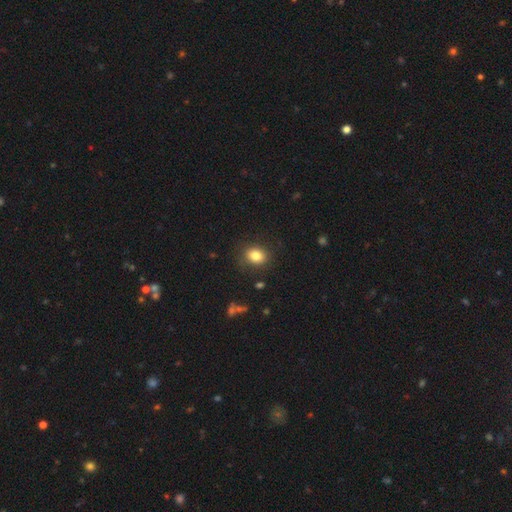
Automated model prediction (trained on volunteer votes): Q: Smooth or featured?
A: smooth (83%); runner-up: star or artifact (10%)
Q: How rounded?
A: round (53%); runner-up: in between (46%)
Q: Merging?
A: none (84%); runner-up: minor disturbance (11%)